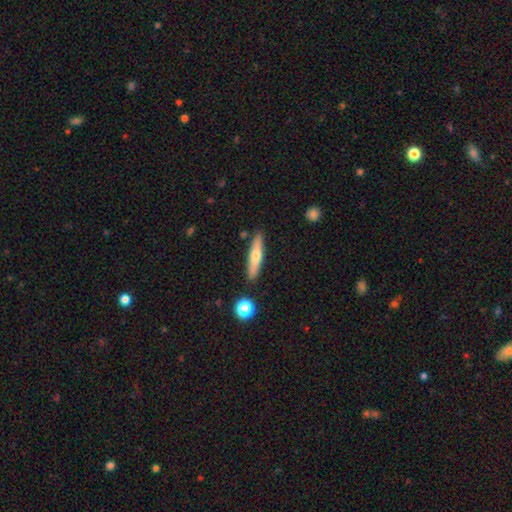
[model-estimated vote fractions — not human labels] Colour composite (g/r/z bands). It shows a smooth galaxy with no disk features (53%) that is cigar-shaped (83%). Merging: none (86%).